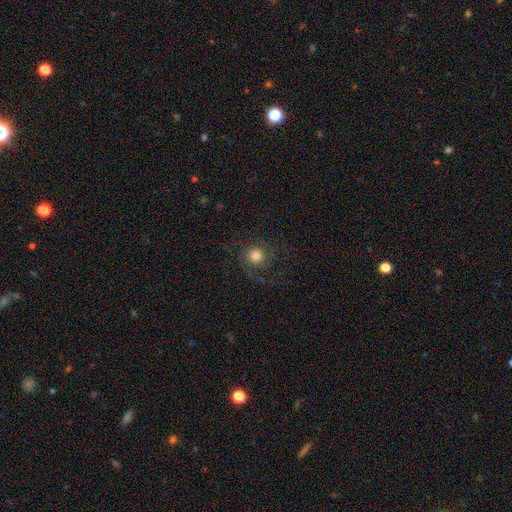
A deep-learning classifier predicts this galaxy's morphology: A featured or disk galaxy (46%).

Vote fractions:
- Smooth or featured? featured or disk: 46% / smooth: 43% / star or artifact: 11%
- Merging? none: 72% / major disturbance: 14% / minor disturbance: 13% / merger: 1%